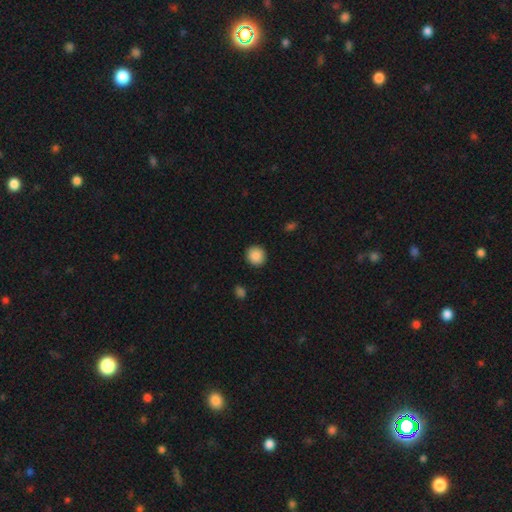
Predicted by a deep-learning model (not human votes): Morphology: type=smooth (89%); roundness=round (87%); merging=none (91%).